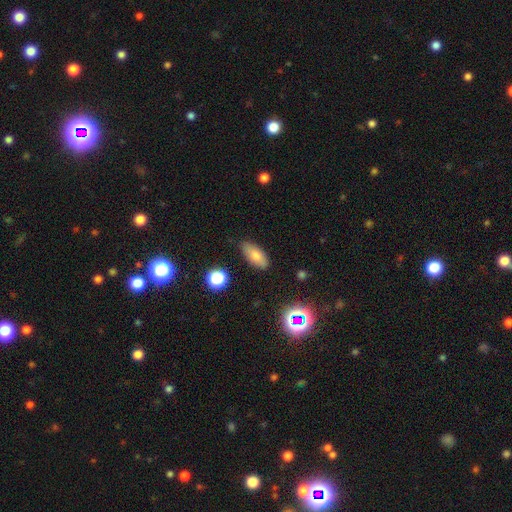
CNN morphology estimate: Smooth or featured: smooth — 77% (featured or disk — 13%)
How rounded: in between — 84% (cigar-shaped — 12%)
Merging: none — 80% (minor disturbance — 15%)